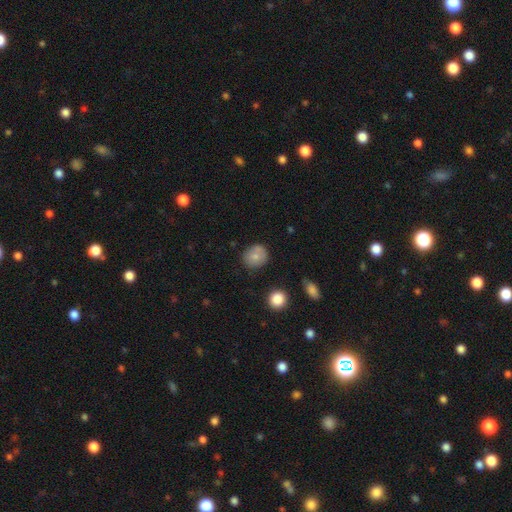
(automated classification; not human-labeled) smooth_or_featured: smooth (p=0.76) [alt: featured or disk p=0.14]
how_rounded: round (p=0.78) [alt: in between p=0.21]
merging: none (p=0.76) [alt: minor disturbance p=0.17]